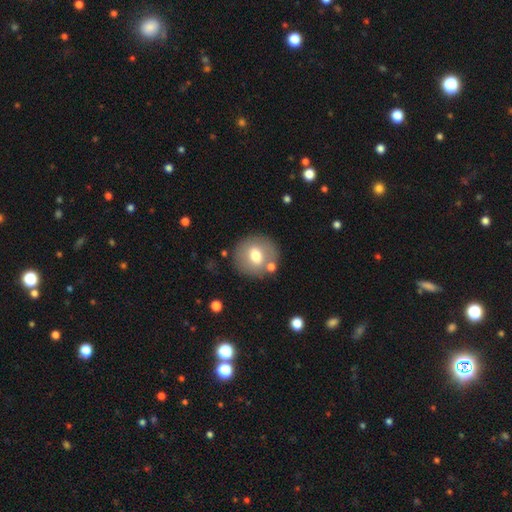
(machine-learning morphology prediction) Q: Smooth or featured?
A: smooth (68%); runner-up: featured or disk (24%)
Q: How rounded?
A: round (84%); runner-up: in between (15%)
Q: Merging?
A: none (79%); runner-up: minor disturbance (11%)